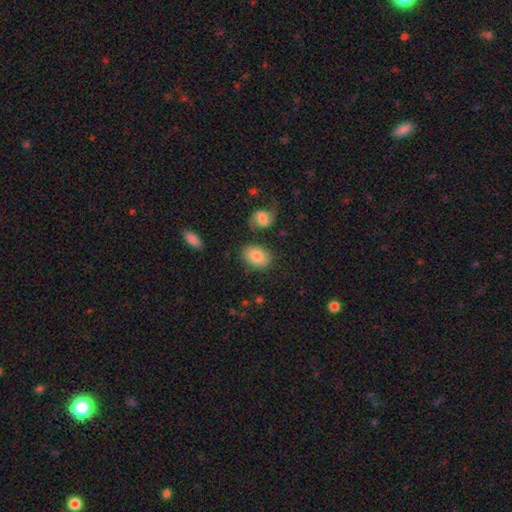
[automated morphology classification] Smooth or featured?
  - smooth: 81% *
  - featured or disk: 13%
  - star or artifact: 7%
How rounded?
  - in between: 80% *
  - round: 18%
  - cigar-shaped: 1%
Merging?
  - none: 73% *
  - minor disturbance: 15%
  - merger: 7%
  - major disturbance: 5%